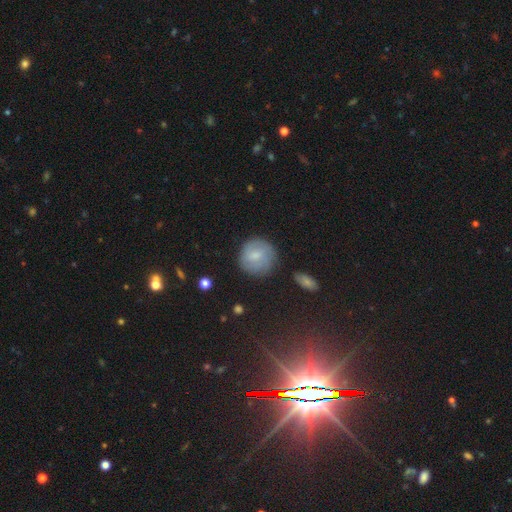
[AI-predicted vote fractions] smooth 68%, featured or disk 25%, star or artifact 8%. Down the decision tree: how rounded — round (91%); merging — none (75%).